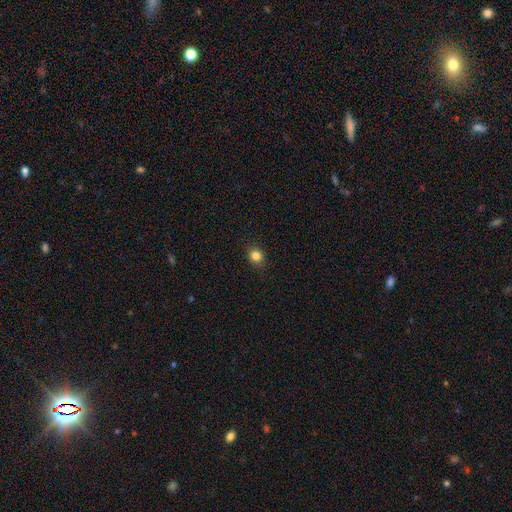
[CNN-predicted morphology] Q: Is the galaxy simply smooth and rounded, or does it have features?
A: smooth — 84%.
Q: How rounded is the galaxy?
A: round — 67%.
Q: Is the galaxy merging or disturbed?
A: none — 87%.